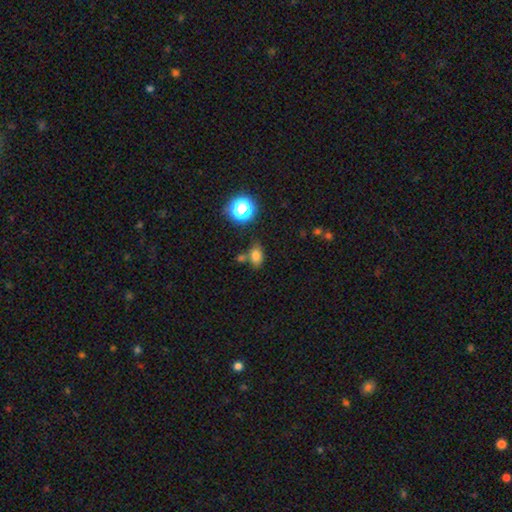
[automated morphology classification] A smooth galaxy with no disk features (74%) that is in between round and cigar-shaped (77%).

Vote fractions:
- Smooth or featured? smooth: 74% / star or artifact: 18% / featured or disk: 8%
- How rounded? in between: 77% / round: 22% / cigar-shaped: 2%
- Merging? none: 64% / merger: 16% / minor disturbance: 15% / major disturbance: 5%